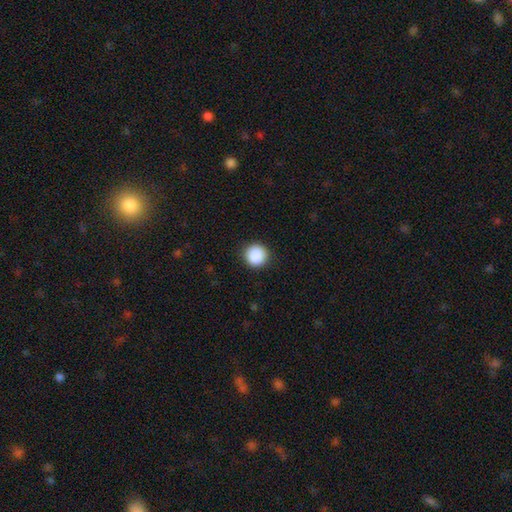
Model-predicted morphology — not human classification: A smooth galaxy with no disk features (89%) that is round (95%).

Vote fractions:
- Smooth or featured? smooth: 89% / star or artifact: 9% / featured or disk: 3%
- How rounded? round: 95% / in between: 4% / cigar-shaped: 1%
- Merging? none: 91% / minor disturbance: 6% / major disturbance: 2% / merger: 1%